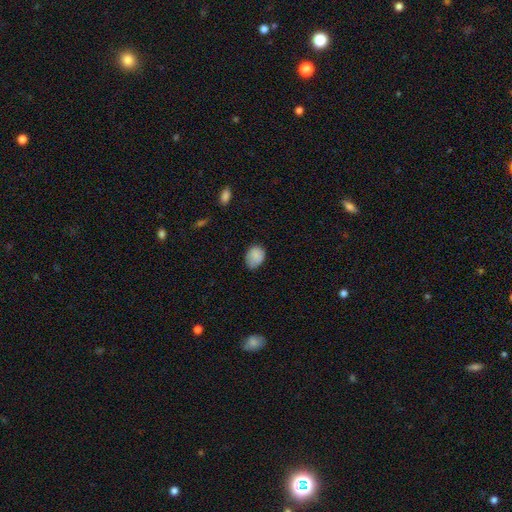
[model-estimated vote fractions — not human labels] smooth_or_featured: smooth (p=0.85) [alt: star or artifact p=0.08]
how_rounded: in between (p=0.55) [alt: round p=0.44]
merging: none (p=0.64) [alt: minor disturbance p=0.29]